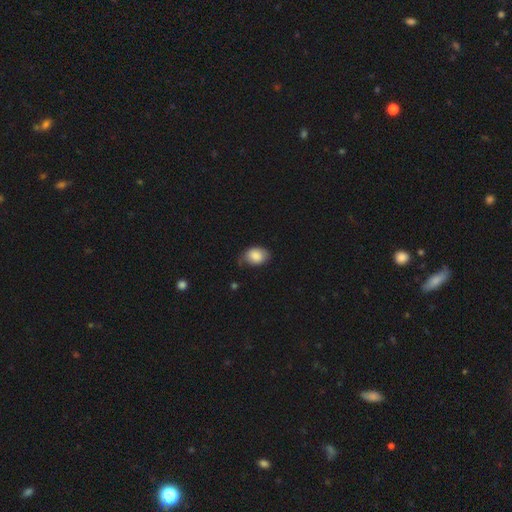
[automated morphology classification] Smooth or featured? smooth (84%)
How rounded? in between (76%)
Merging? none (59%)